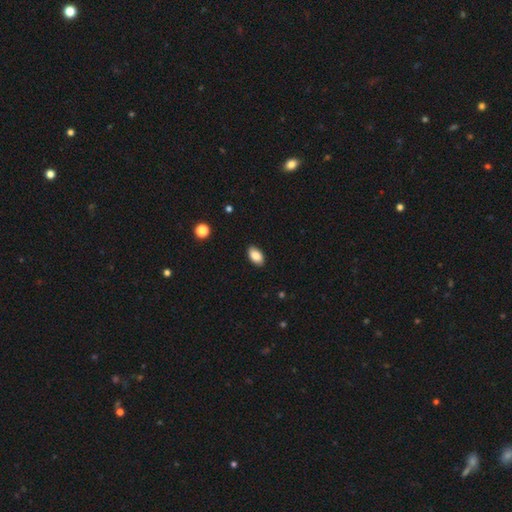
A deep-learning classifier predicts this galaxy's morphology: Overall: smooth (86%). How rounded: in between (93%). Merging: none (88%).